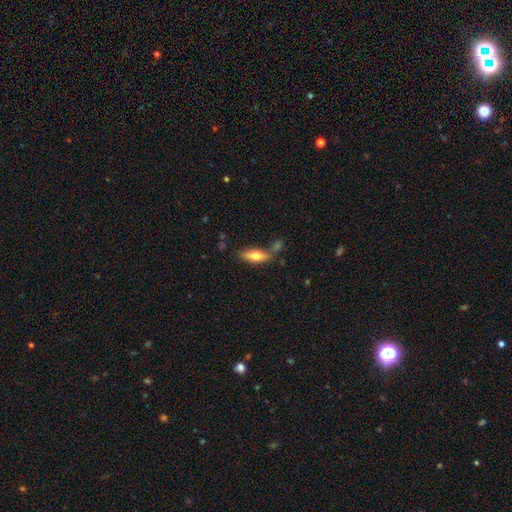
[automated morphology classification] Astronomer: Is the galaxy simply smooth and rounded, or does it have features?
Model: smooth — 62%.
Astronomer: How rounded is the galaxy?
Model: in between — 51% (runner-up: cigar-shaped, 47%).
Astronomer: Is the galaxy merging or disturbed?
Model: none — 60%.